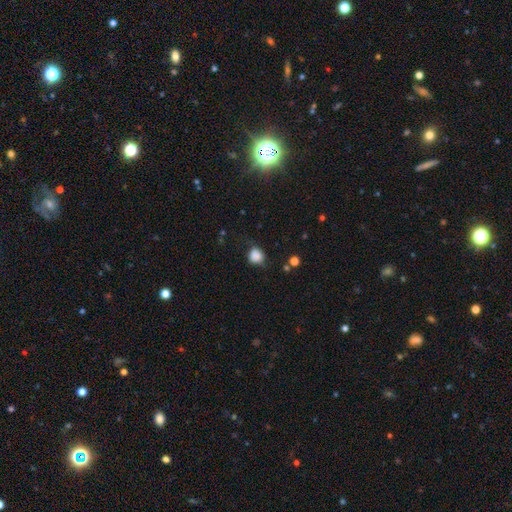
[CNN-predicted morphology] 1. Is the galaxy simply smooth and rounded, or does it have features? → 84% smooth, 10% star or artifact, 6% featured or disk.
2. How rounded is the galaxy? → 77% round, 22% in between, 1% cigar-shaped.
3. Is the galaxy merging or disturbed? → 63% none, 26% minor disturbance, 9% major disturbance, 3% merger.